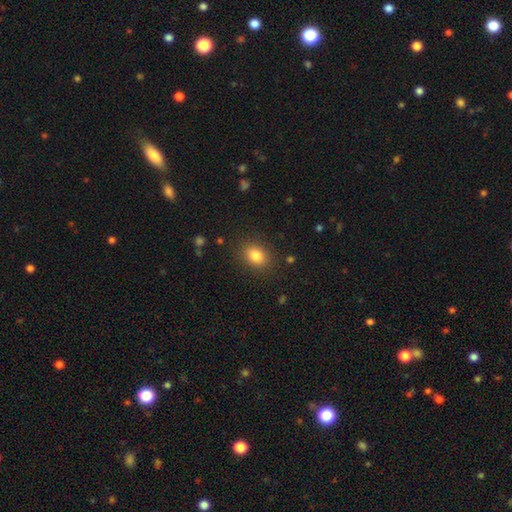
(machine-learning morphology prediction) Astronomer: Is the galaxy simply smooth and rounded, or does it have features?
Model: smooth — 83%.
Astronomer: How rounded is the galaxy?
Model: in between — 65%.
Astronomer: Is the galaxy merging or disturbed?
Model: none — 86%.